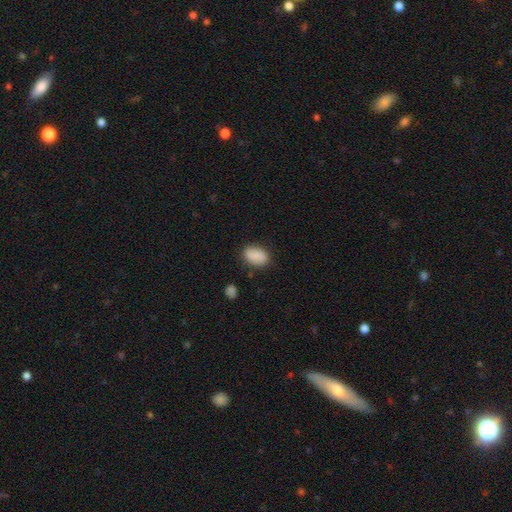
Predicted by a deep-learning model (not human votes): This appears to be a smooth galaxy with no disk features (86%) that is in between round and cigar-shaped (87%). Merging: none (78%).